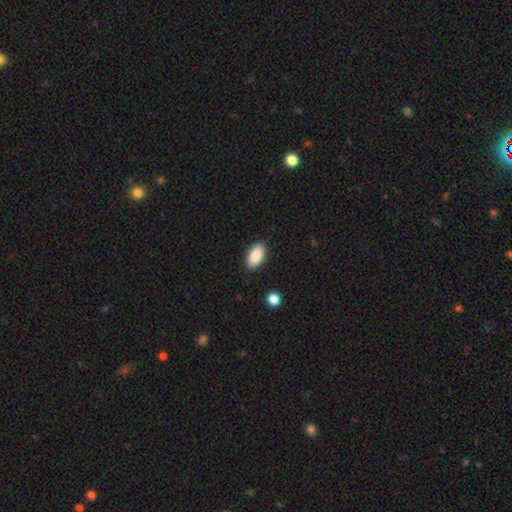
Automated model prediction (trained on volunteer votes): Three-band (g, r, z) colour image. It shows a smooth galaxy with no disk features (88%) that is in between round and cigar-shaped (93%). Merging: none (88%).